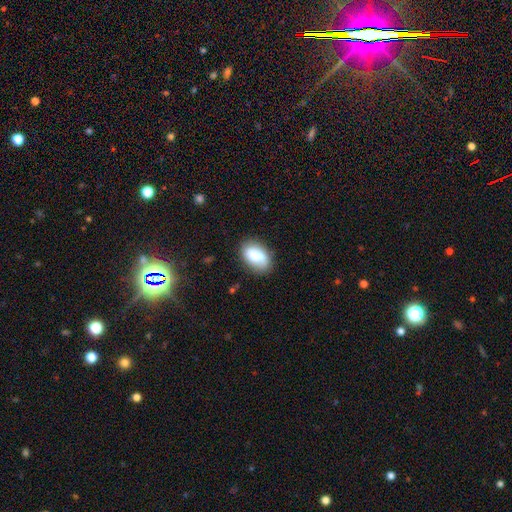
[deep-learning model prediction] Smooth or featured: smooth — 70% (featured or disk — 22%)
How rounded: in between — 87% (round — 11%)
Merging: none — 76% (minor disturbance — 17%)